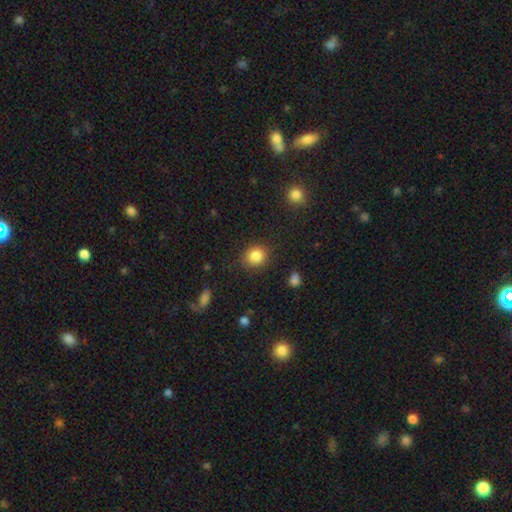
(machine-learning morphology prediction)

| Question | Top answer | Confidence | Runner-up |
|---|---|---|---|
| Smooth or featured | smooth | 85% | star or artifact (10%) |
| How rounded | round | 77% | in between (22%) |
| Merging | none | 85% | minor disturbance (10%) |